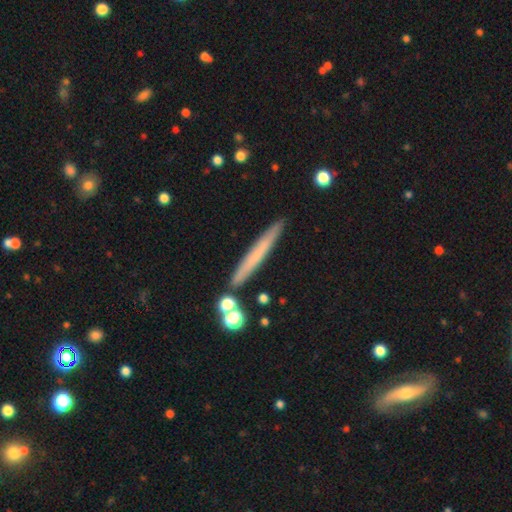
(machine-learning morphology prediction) smooth_or_featured: smooth (p=0.56) [alt: featured or disk p=0.35]
how_rounded: cigar-shaped (p=0.96) [alt: in between p=0.02]
merging: none (p=0.87) [alt: minor disturbance p=0.08]